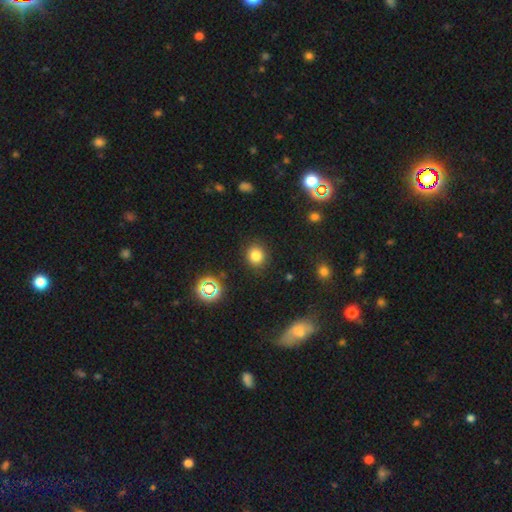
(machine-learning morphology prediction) smooth 80%, star or artifact 14%, featured or disk 6%. Down the decision tree: how rounded — round (79%); merging — none (88%).